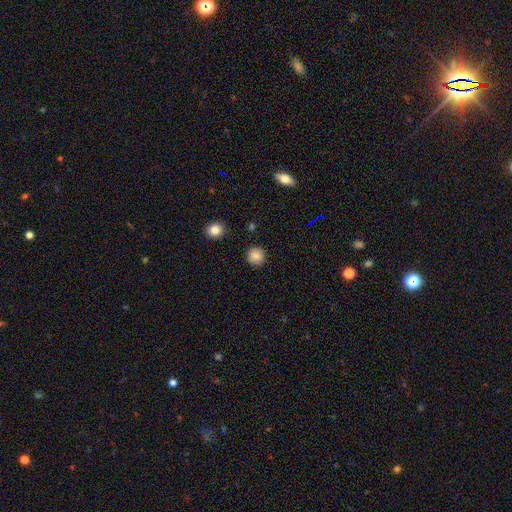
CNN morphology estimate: smooth_or_featured: smooth (p=0.86) [alt: star or artifact p=0.10]
how_rounded: round (p=0.94) [alt: in between p=0.05]
merging: none (p=0.91) [alt: minor disturbance p=0.06]